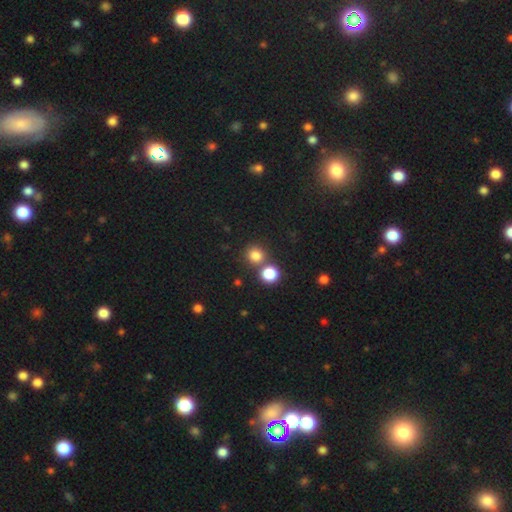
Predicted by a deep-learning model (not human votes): Q: Smooth or featured?
A: smooth (79%); runner-up: star or artifact (15%)
Q: How rounded?
A: round (89%); runner-up: in between (10%)
Q: Merging?
A: none (66%); runner-up: merger (24%)